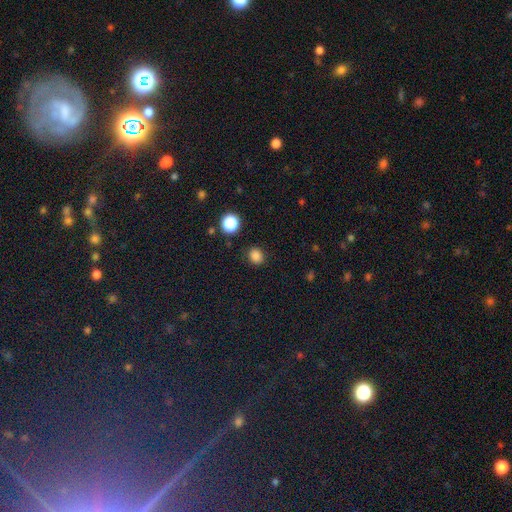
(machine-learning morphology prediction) smooth_or_featured: smooth (p=0.83) [alt: star or artifact p=0.13]
how_rounded: round (p=0.73) [alt: in between p=0.26]
merging: none (p=0.87) [alt: minor disturbance p=0.08]